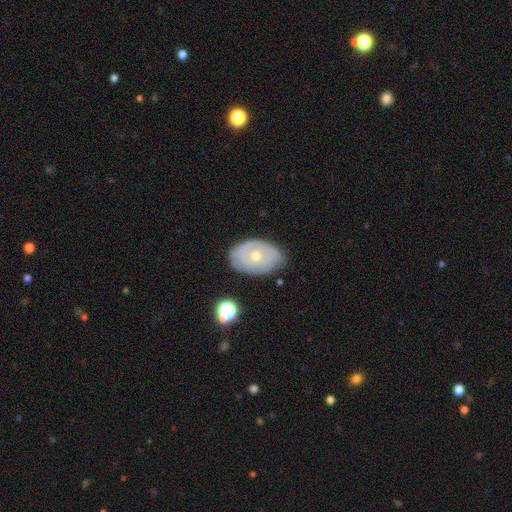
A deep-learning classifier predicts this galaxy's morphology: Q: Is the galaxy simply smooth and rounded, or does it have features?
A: featured or disk — 50%.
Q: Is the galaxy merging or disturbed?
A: none — 72%.